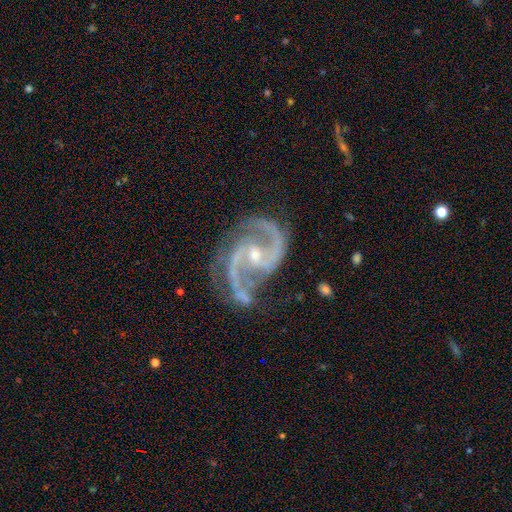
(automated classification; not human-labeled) Smooth or featured? Predicted: featured or disk (p=0.93). Edge-on disk? Predicted: no (p=0.98). Bar? Predicted: weak (p=0.44). Spiral arms? Predicted: yes (p=0.99). Spiral winding? Predicted: medium (p=0.64). Spiral arm count? Predicted: 2 (p=0.88). Bulge size? Predicted: small (p=0.54). Merging? Predicted: none (p=0.59).